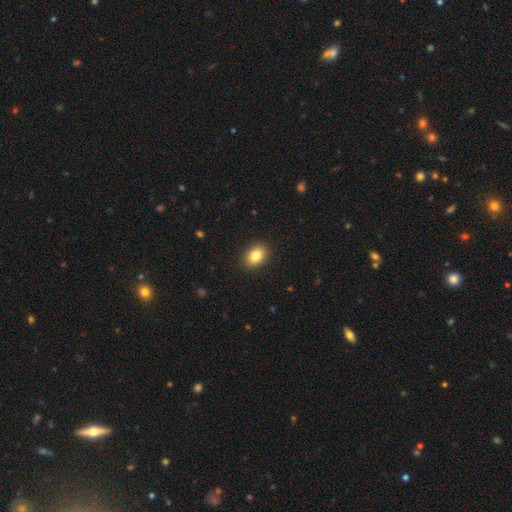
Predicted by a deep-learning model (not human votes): This appears to be a smooth galaxy with no disk features (83%) that is in between round and cigar-shaped (71%). Merging: none (90%).